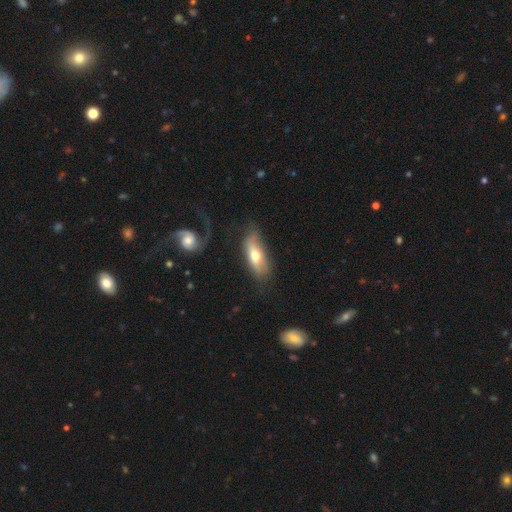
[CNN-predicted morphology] smooth 55%, featured or disk 38%, star or artifact 6%. Down the decision tree: how rounded — in between (73%); merging — none (52%).